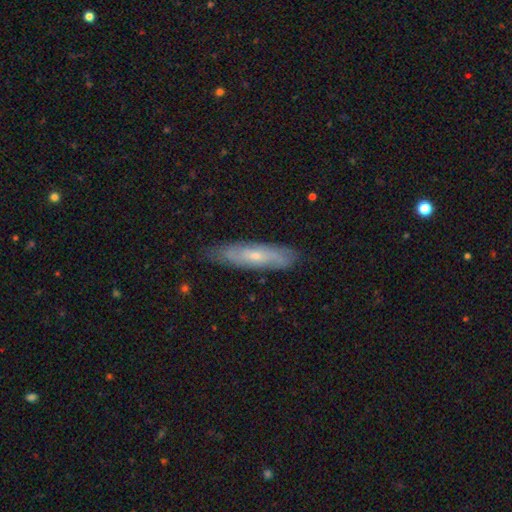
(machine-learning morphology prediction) Smooth or featured: featured or disk — 59% (smooth — 35%)
Edge-on disk: no — 66% (yes — 34%)
Merging: none — 78% (minor disturbance — 17%)